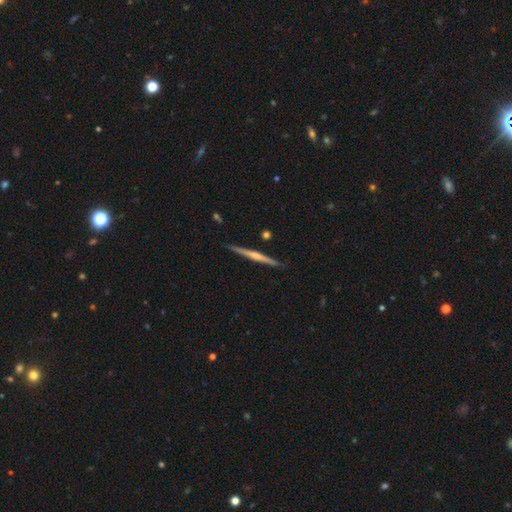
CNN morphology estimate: This is likely a featured or disk galaxy (69%). It is clearly viewed edge-on (98%). Edge-on bulge: likely rounded (62%). Merging: clearly none (89%).